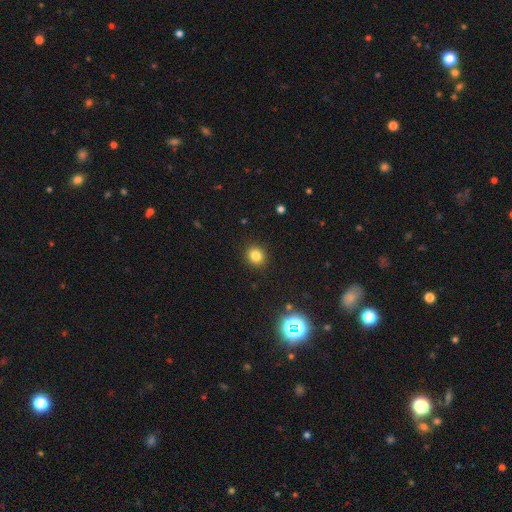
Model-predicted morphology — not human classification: smooth 81%, star or artifact 14%, featured or disk 6%. Down the decision tree: how rounded — round (83%); merging — none (91%).